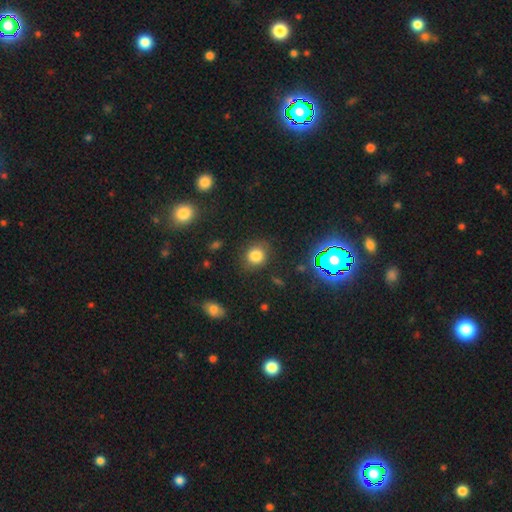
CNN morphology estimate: smooth 77%, star or artifact 16%, featured or disk 7%. Down the decision tree: how rounded — round (74%); merging — none (80%).